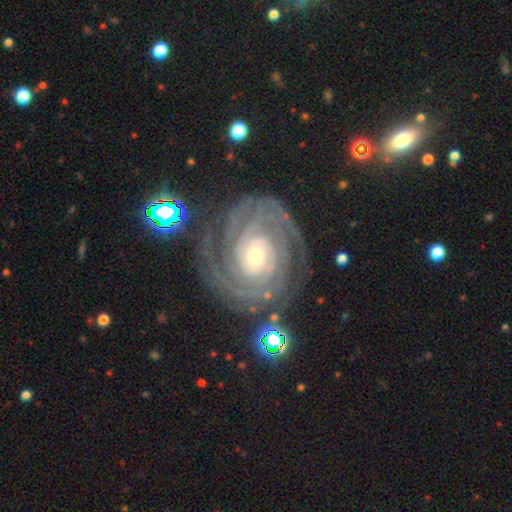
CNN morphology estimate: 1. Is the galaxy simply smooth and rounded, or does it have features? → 92% featured or disk, 5% star or artifact, 3% smooth.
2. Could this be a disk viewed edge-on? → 98% no, 2% yes.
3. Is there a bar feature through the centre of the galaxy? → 66% no, 24% weak, 10% strong.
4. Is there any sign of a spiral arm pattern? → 98% yes, 2% no.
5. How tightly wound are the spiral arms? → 80% tight, 18% medium, 3% loose.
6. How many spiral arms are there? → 25% 2, 23% 3, 18% can't tell, 16% 4, 10% more than 4, 8% 1.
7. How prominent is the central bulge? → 55% moderate, 37% small, 6% large, 1% dominant, 1% none.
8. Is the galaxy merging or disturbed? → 77% none, 14% minor disturbance, 6% major disturbance, 2% merger.